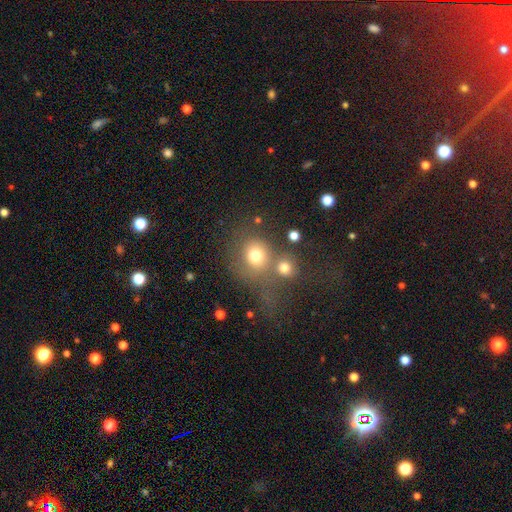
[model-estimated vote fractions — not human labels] This is likely a smooth galaxy (73%). How rounded: clearly round (84%). Merging: marginally none (41%).